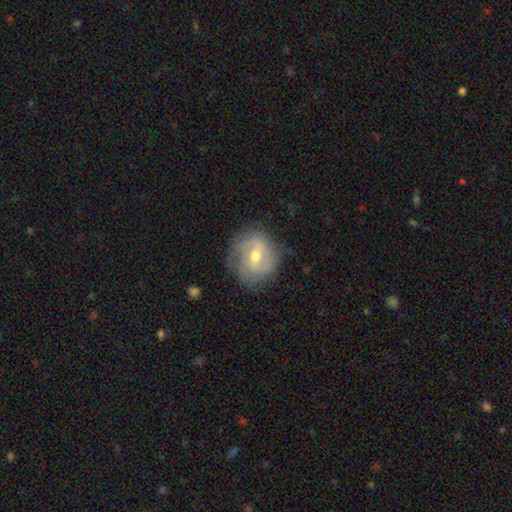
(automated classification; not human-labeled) Smooth or featured? Predicted: featured or disk (p=0.68). Edge-on disk? Predicted: no (p=0.96). Bar? Predicted: weak (p=0.54). Spiral arms? Predicted: yes (p=0.80). Spiral winding? Predicted: tight (p=0.45). Spiral arm count? Predicted: 2 (p=0.50). Bulge size? Predicted: moderate (p=0.68). Merging? Predicted: none (p=0.72).